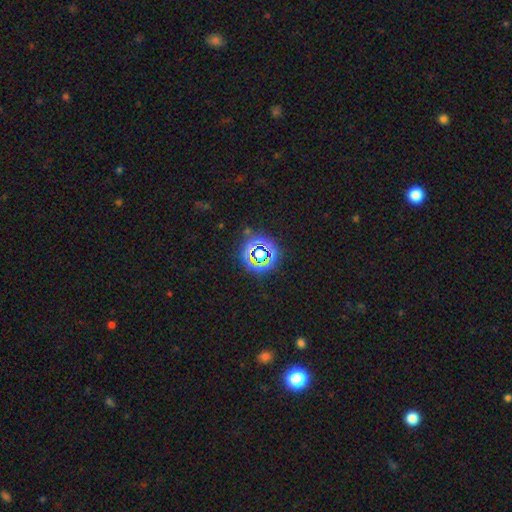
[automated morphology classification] This appears to be a star or artifact, not a galaxy (72%).